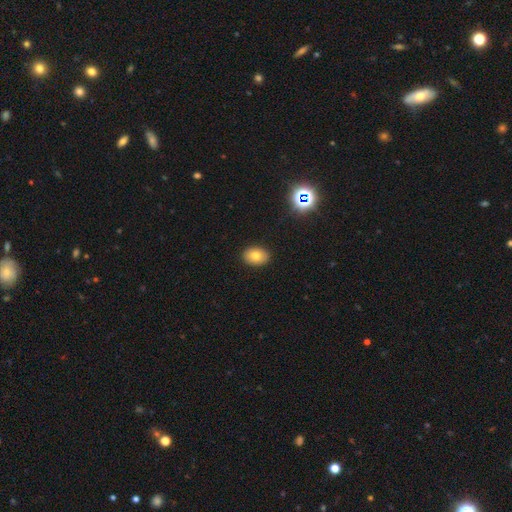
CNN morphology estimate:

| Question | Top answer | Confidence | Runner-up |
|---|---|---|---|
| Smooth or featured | smooth | 78% | featured or disk (11%) |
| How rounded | in between | 77% | round (22%) |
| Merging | none | 91% | minor disturbance (7%) |